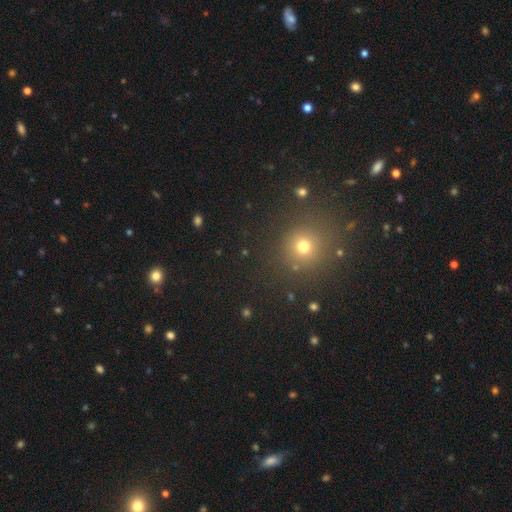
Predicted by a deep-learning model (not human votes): Smooth or featured? smooth (53%)
How rounded? round (91%)
Merging? none (90%)